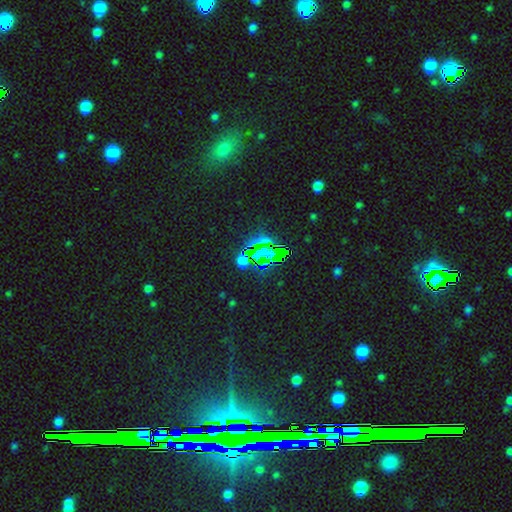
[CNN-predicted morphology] Q: Smooth or featured?
A: star or artifact (67%); runner-up: smooth (24%)